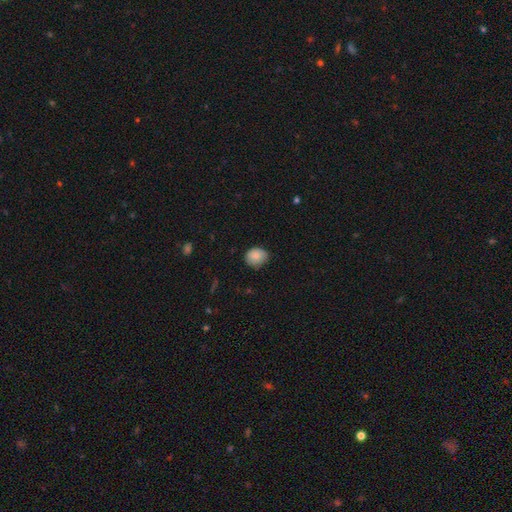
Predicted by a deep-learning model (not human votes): smooth_or_featured: smooth (p=0.86) [alt: star or artifact p=0.08]
how_rounded: round (p=0.61) [alt: in between p=0.38]
merging: none (p=0.74) [alt: minor disturbance p=0.22]